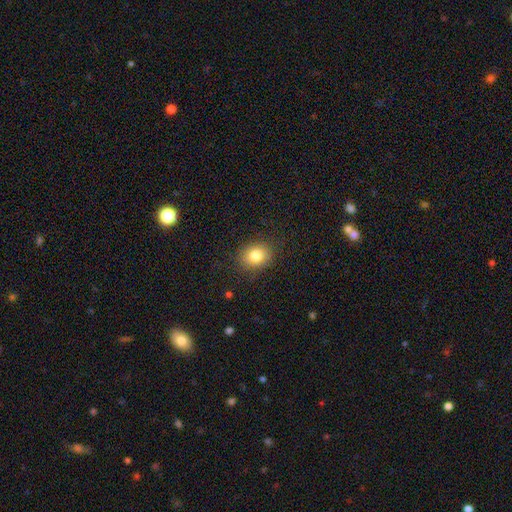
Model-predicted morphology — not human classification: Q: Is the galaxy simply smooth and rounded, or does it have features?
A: smooth — 82%.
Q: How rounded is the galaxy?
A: round — 50%.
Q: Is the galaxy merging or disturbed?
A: none — 86%.